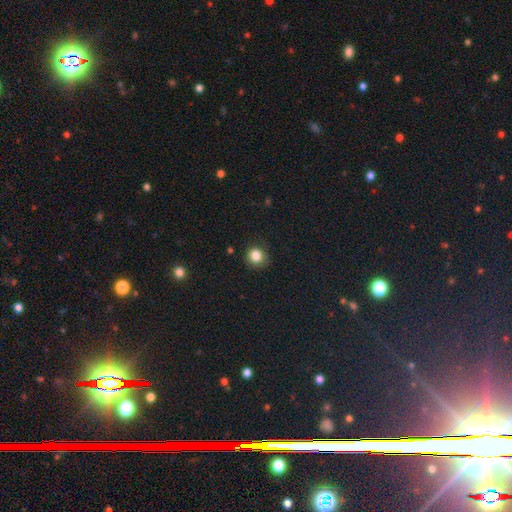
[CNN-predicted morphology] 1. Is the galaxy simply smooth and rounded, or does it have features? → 84% smooth, 11% star or artifact, 5% featured or disk.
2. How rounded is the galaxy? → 85% round, 15% in between, 1% cigar-shaped.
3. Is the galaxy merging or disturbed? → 78% none, 17% minor disturbance, 4% major disturbance, 1% merger.